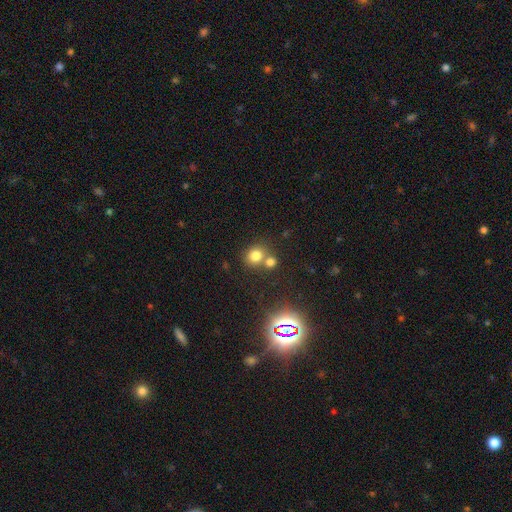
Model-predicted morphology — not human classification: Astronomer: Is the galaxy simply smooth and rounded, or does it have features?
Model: smooth — 75%.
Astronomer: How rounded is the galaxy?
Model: round — 77%.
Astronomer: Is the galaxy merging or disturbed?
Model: none — 52% (runner-up: merger, 37%).